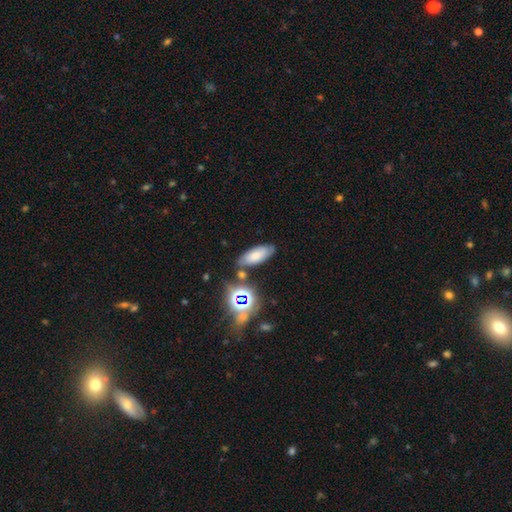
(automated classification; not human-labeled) Smooth or featured: smooth — 67% (star or artifact — 17%)
How rounded: in between — 78% (cigar-shaped — 17%)
Merging: none — 74% (minor disturbance — 14%)